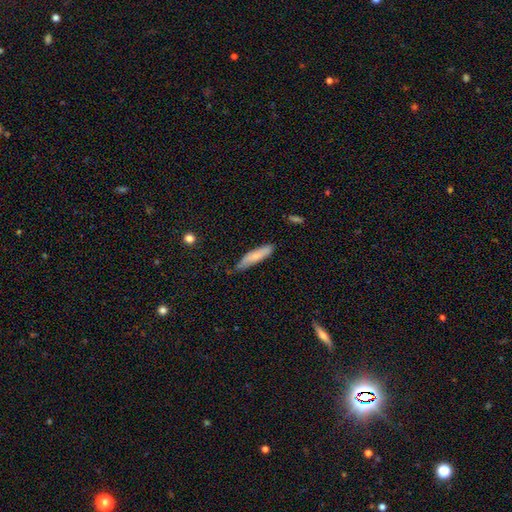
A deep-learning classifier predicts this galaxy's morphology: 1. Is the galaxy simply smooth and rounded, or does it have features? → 72% smooth, 22% featured or disk, 6% star or artifact.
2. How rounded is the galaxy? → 76% cigar-shaped, 22% in between, 2% round.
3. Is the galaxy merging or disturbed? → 60% none, 33% minor disturbance, 6% major disturbance, 2% merger.